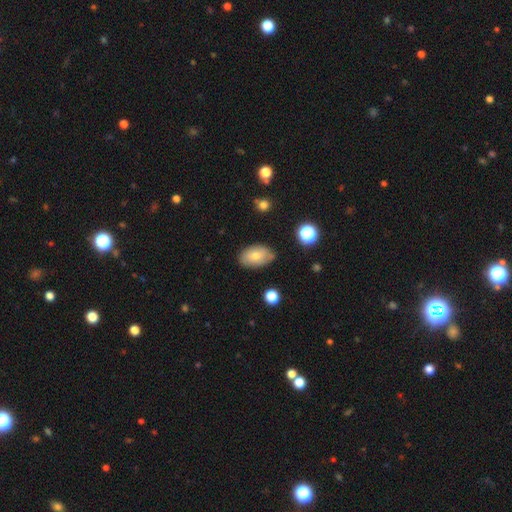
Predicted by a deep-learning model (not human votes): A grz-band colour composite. It shows a smooth galaxy with no disk features (73%) that is in between round and cigar-shaped (91%). Merging: none (73%).